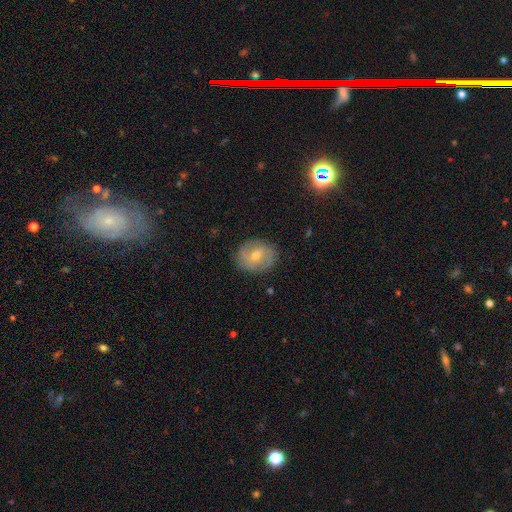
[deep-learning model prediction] smooth_or_featured: featured or disk (p=0.60) [alt: smooth p=0.30]
disk_edge_on: no (p=0.96) [alt: yes p=0.04]
bar: no (p=0.49) [alt: weak p=0.40]
has_spiral_arms: yes (p=0.80) [alt: no p=0.20]
bulge_size: moderate (p=0.55) [alt: small p=0.41]
merging: none (p=0.83) [alt: minor disturbance p=0.13]